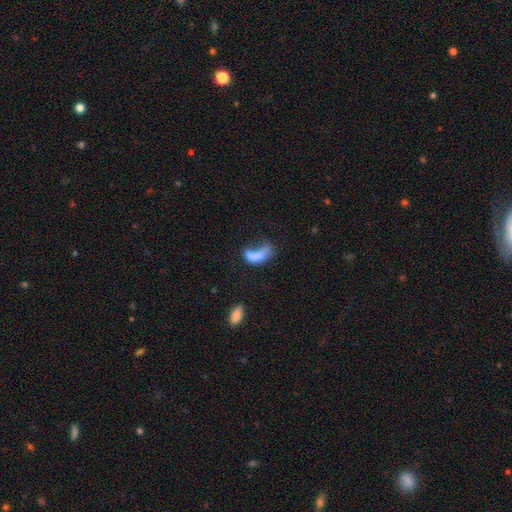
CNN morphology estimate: The model was most divided on "merging": major disturbance: 48%, none: 22%, merger: 15%, minor disturbance: 15%. More confident: how rounded — in between (82%); smooth or featured — smooth (65%).